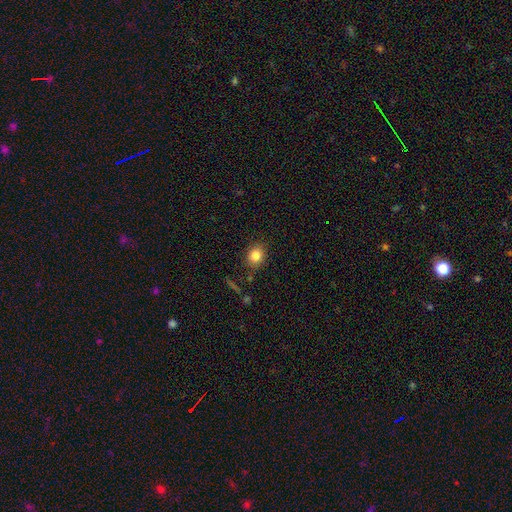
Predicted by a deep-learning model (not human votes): Morphology: type=smooth (82%); roundness=round (67%); merging=none (86%).